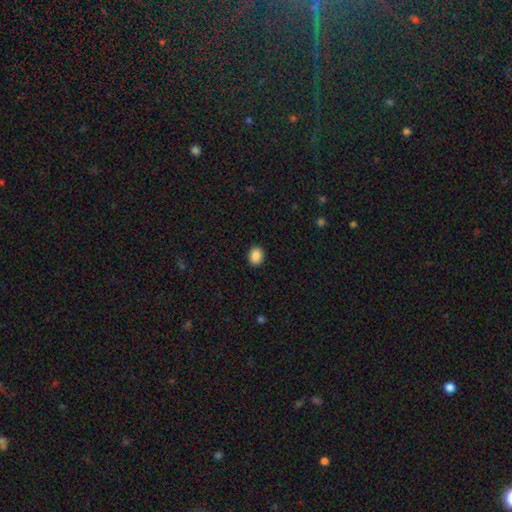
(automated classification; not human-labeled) smooth 88%, star or artifact 9%, featured or disk 3%. Down the decision tree: how rounded — in between (54%); merging — none (91%).